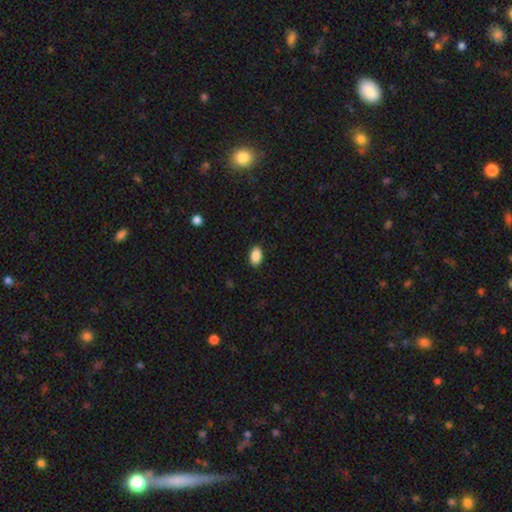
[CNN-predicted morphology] This appears to be a smooth galaxy with no disk features (89%) that is in between round and cigar-shaped (90%). Merging: none (89%).